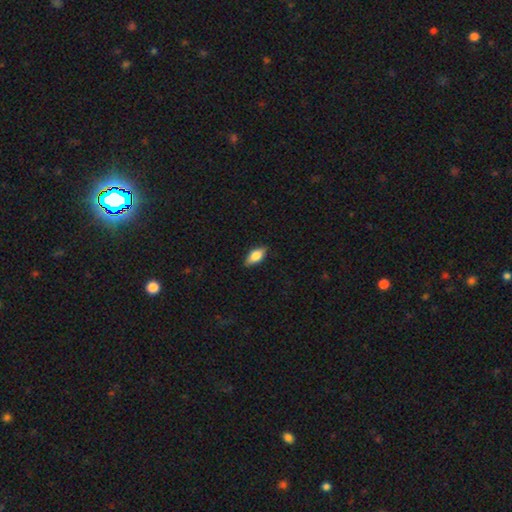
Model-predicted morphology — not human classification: smooth 70%, featured or disk 23%, star or artifact 7%. Down the decision tree: how rounded — in between (84%); merging — none (86%).